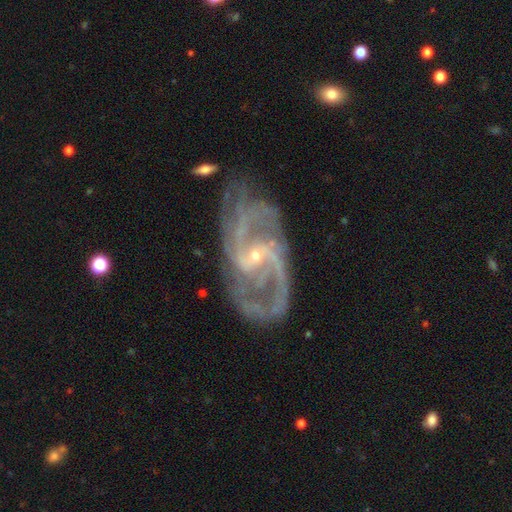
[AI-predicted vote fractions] Smooth or featured?
  - featured or disk: 92% *
  - star or artifact: 5%
  - smooth: 3%
Edge-on disk?
  - no: 97% *
  - yes: 3%
Bar?
  - weak: 45% *
  - no: 34%
  - strong: 21%
Spiral arms?
  - yes: 98% *
  - no: 2%
Spiral winding?
  - medium: 53% *
  - tight: 24%
  - loose: 23%
Spiral arm count?
  - 2: 52% *
  - 3: 15%
  - can't tell: 13%
  - 4: 8%
  - more than 4: 6%
  - 1: 6%
Bulge size?
  - small: 84% *
  - moderate: 12%
  - none: 2%
  - large: 1%
  - dominant: 1%
Merging?
  - none: 68% *
  - minor disturbance: 19%
  - major disturbance: 11%
  - merger: 3%